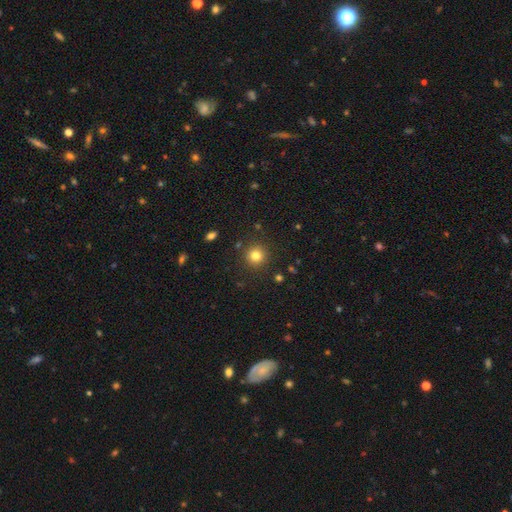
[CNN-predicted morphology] The model was most divided on "smooth or featured": smooth: 80%, star or artifact: 14%, featured or disk: 7%. More confident: how rounded — round (94%); merging — none (90%).